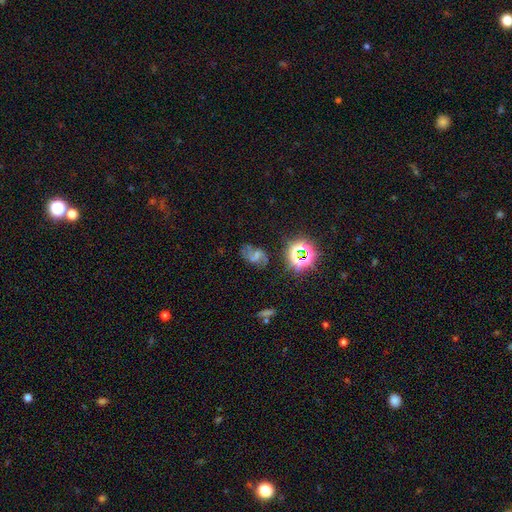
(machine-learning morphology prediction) Smooth or featured? featured or disk (45%)
Merging? none (55%)